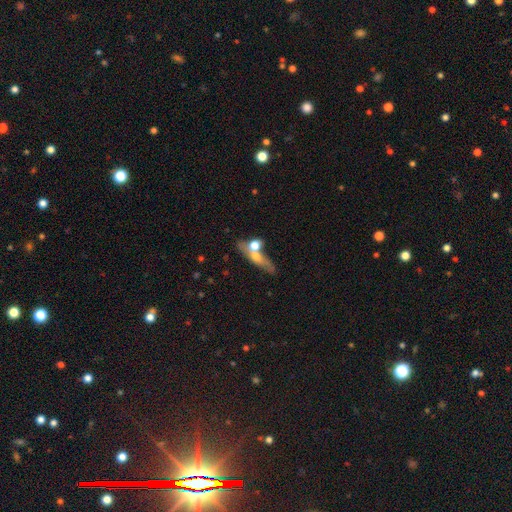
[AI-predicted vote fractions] Overall: smooth (48%; featured or disk 43%). Merging: none (42%; merger 37%).